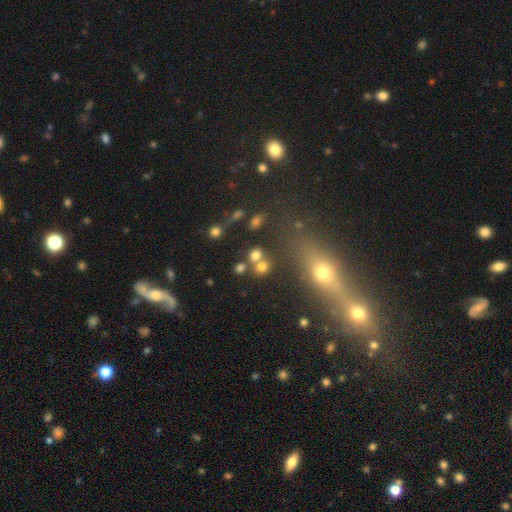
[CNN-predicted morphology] This is likely a smooth galaxy (69%). How rounded: likely round (73%). Merging: possibly none (52%).